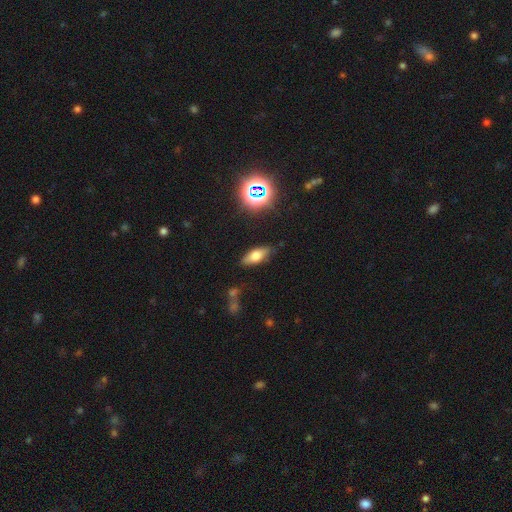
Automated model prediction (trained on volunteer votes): This is likely a smooth galaxy (62%). How rounded: likely in between (75%). Merging: clearly none (83%).